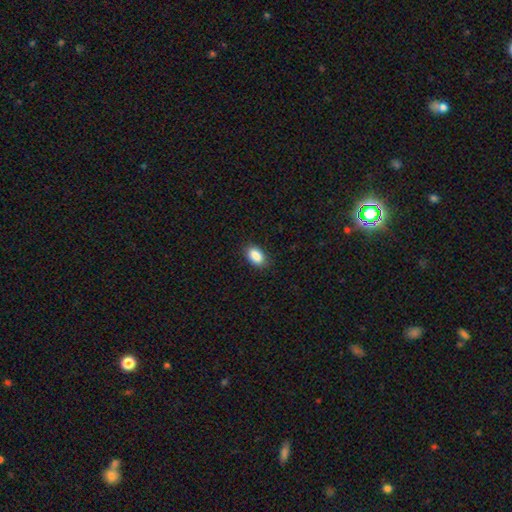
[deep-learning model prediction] Q: Smooth or featured?
A: smooth (89%); runner-up: star or artifact (7%)
Q: How rounded?
A: in between (91%); runner-up: round (7%)
Q: Merging?
A: none (87%); runner-up: minor disturbance (10%)